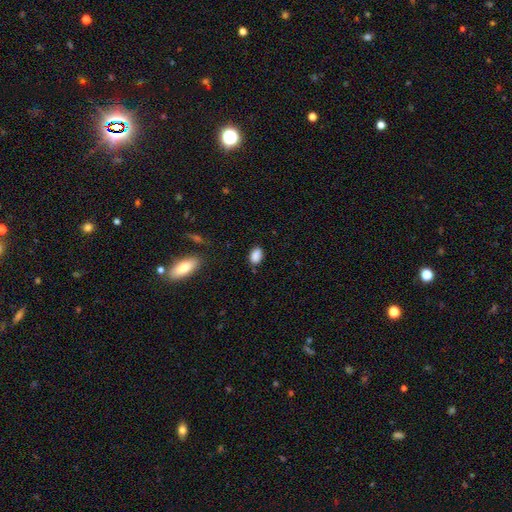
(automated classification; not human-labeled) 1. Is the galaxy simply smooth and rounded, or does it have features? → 88% smooth, 9% star or artifact, 4% featured or disk.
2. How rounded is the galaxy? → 85% in between, 13% round, 2% cigar-shaped.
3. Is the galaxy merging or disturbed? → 80% none, 15% minor disturbance, 3% major disturbance, 2% merger.